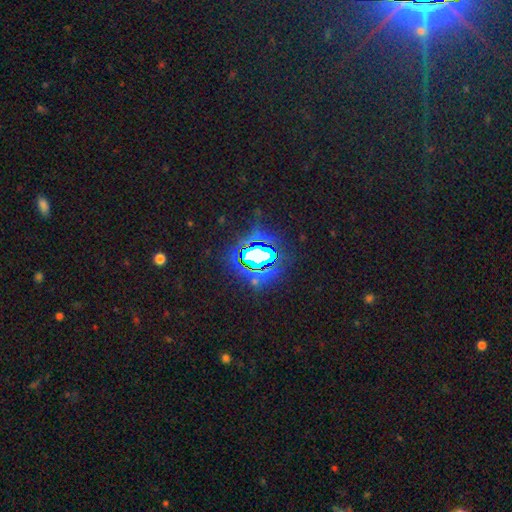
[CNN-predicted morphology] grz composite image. It shows a star or artifact, not a galaxy (76%).